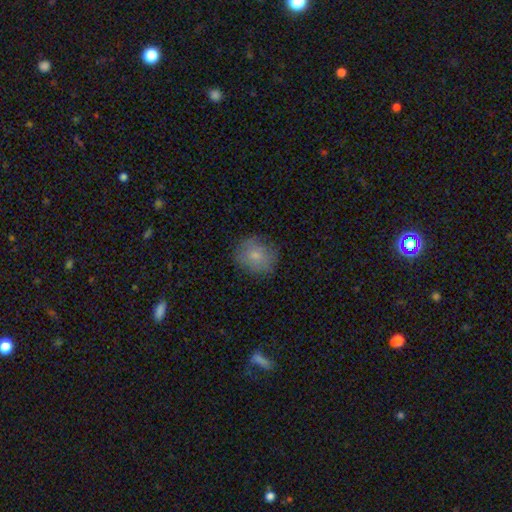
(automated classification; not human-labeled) Smooth or featured: smooth — 79% (featured or disk — 12%)
How rounded: round — 78% (in between — 21%)
Merging: none — 79% (minor disturbance — 16%)